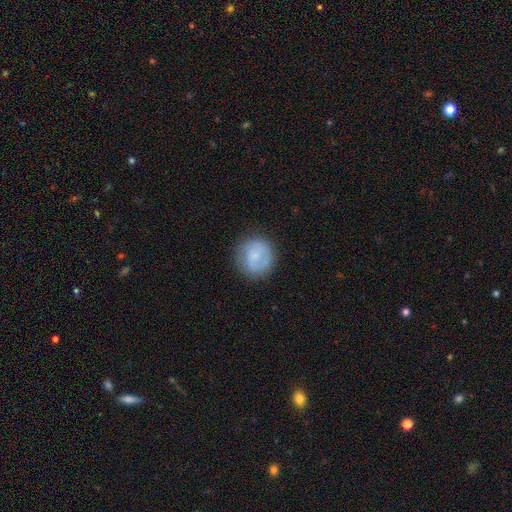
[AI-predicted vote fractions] A smooth galaxy with no disk features (58%) that is round (89%).

Vote fractions:
- Smooth or featured? smooth: 58% / featured or disk: 35% / star or artifact: 7%
- How rounded? round: 89% / in between: 10% / cigar-shaped: 1%
- Merging? none: 79% / minor disturbance: 14% / major disturbance: 6% / merger: 1%